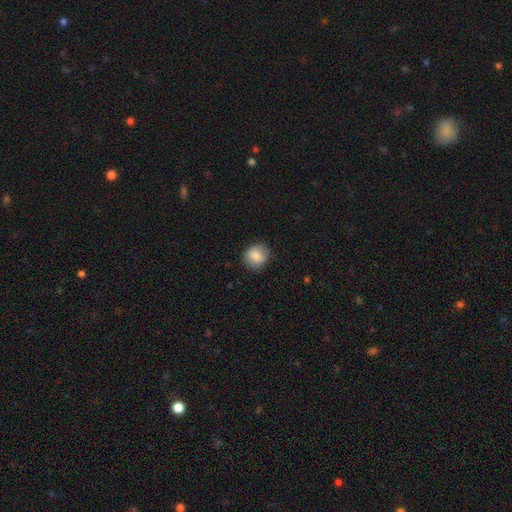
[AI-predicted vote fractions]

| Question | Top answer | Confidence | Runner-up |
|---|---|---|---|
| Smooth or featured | smooth | 83% | featured or disk (9%) |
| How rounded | round | 81% | in between (18%) |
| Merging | none | 83% | minor disturbance (13%) |